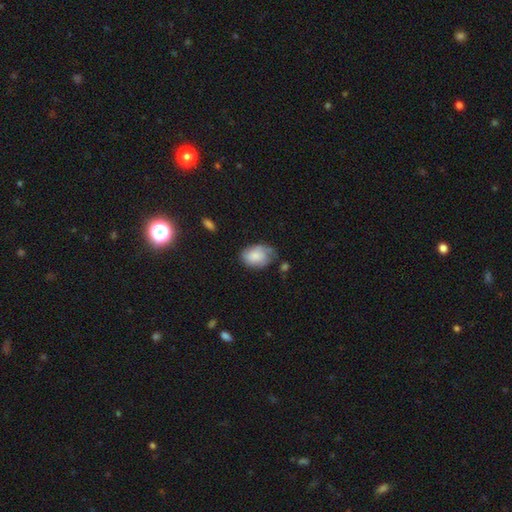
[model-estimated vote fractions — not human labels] Smooth or featured?
  - smooth: 66% *
  - featured or disk: 27%
  - star or artifact: 7%
How rounded?
  - in between: 79% *
  - round: 20%
  - cigar-shaped: 1%
Merging?
  - none: 47% *
  - minor disturbance: 35%
  - major disturbance: 14%
  - merger: 4%